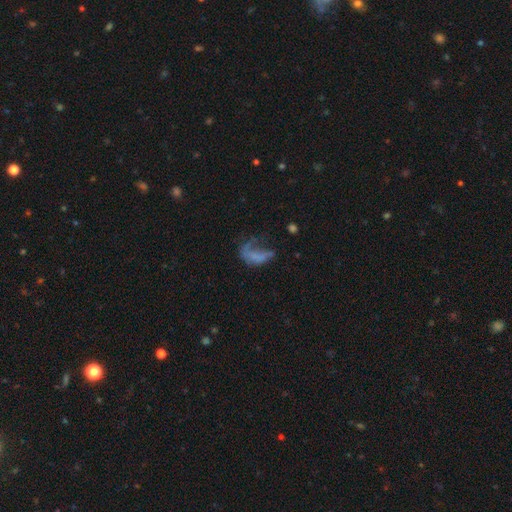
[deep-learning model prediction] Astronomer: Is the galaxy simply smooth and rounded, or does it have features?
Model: featured or disk — 44% (runner-up: smooth, 42%).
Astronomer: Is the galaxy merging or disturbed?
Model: major disturbance — 56%.